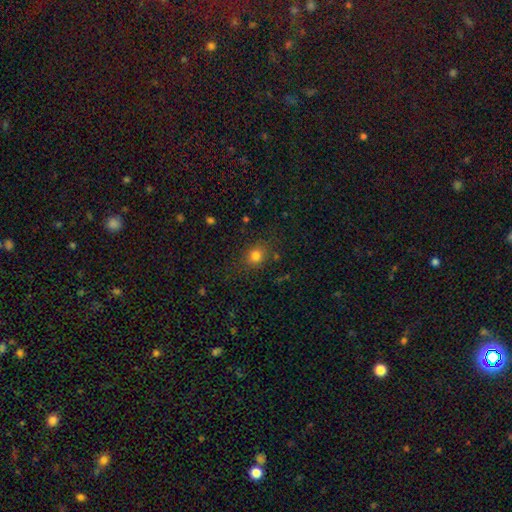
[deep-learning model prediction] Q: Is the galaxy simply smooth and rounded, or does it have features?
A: smooth — 80%.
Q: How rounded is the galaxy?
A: round — 73%.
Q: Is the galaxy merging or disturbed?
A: none — 81%.